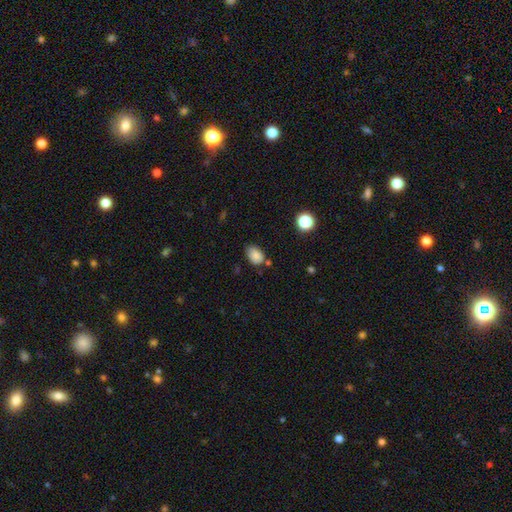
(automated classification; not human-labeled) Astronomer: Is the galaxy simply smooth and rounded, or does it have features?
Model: smooth — 84%.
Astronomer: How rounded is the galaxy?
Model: in between — 80%.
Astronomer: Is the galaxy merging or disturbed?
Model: none — 68%.